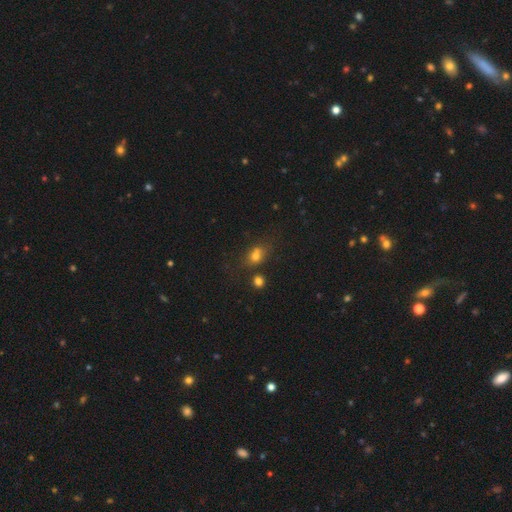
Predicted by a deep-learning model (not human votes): Smooth or featured?
  - smooth: 70% *
  - star or artifact: 17%
  - featured or disk: 13%
How rounded?
  - in between: 51% *
  - round: 47%
  - cigar-shaped: 3%
Merging?
  - none: 48% *
  - merger: 28%
  - minor disturbance: 16%
  - major disturbance: 8%